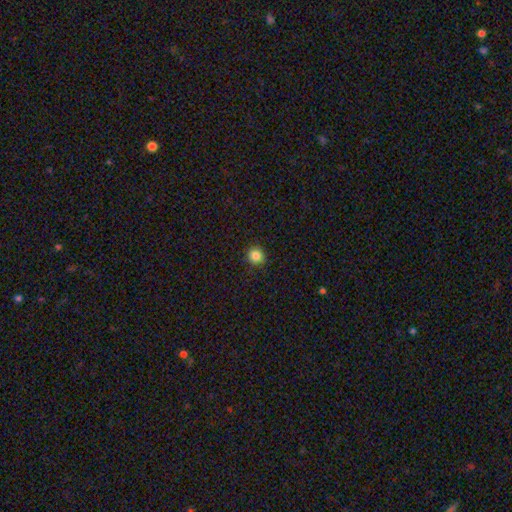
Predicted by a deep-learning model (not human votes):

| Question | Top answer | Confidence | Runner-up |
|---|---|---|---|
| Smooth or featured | smooth | 85% | star or artifact (11%) |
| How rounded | round | 94% | in between (5%) |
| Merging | none | 92% | minor disturbance (6%) |